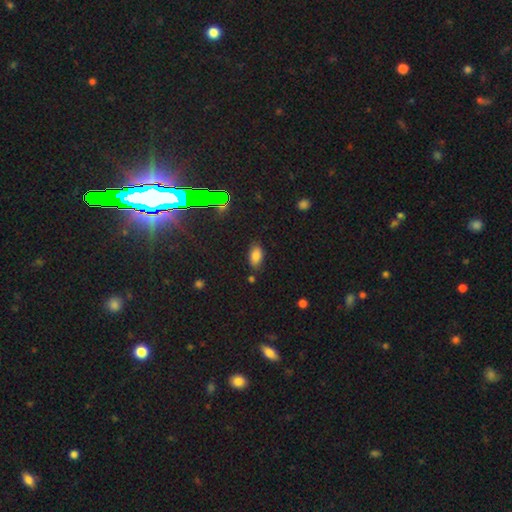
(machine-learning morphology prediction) A smooth galaxy with no disk features (78%) that is in between round and cigar-shaped (91%).

Vote fractions:
- Smooth or featured? smooth: 78% / star or artifact: 14% / featured or disk: 7%
- How rounded? in between: 91% / round: 6% / cigar-shaped: 3%
- Merging? none: 79% / minor disturbance: 14% / merger: 4% / major disturbance: 3%